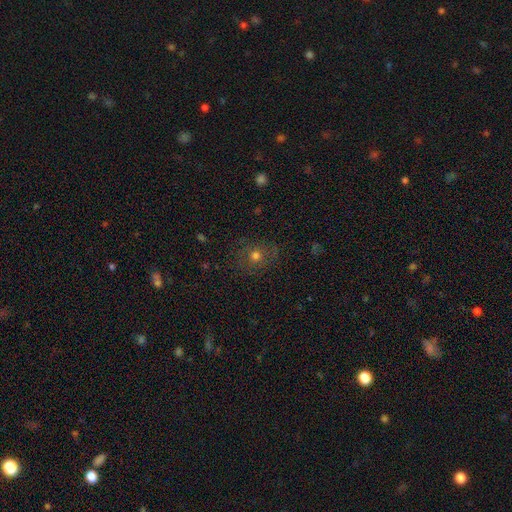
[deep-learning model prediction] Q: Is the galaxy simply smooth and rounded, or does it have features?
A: smooth — 60%.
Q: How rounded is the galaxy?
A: round — 80%.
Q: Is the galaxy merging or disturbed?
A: none — 81%.